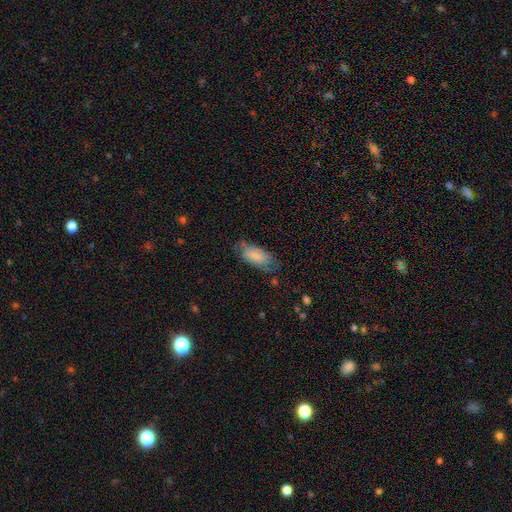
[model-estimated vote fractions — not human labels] smooth-or-featured: smooth: 71% | featured or disk: 22% | star or artifact: 7%
  how-rounded: in between: 90% | cigar-shaped: 8% | round: 3%
  merging: none: 59% | minor disturbance: 28% | major disturbance: 10% | merger: 2%